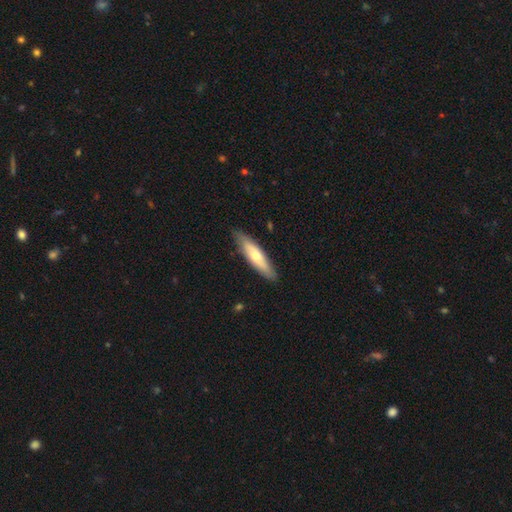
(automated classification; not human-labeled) This appears to be a smooth galaxy with no disk features (55%) that is cigar-shaped (72%). Merging: none (85%).